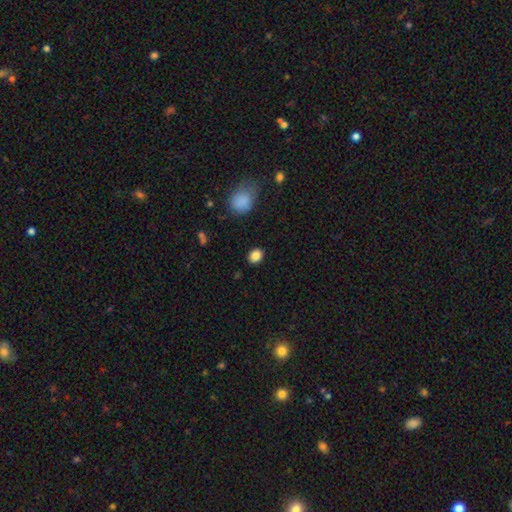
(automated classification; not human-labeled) Q: Smooth or featured?
A: smooth (85%); runner-up: star or artifact (10%)
Q: How rounded?
A: in between (51%); runner-up: round (48%)
Q: Merging?
A: none (88%); runner-up: minor disturbance (8%)